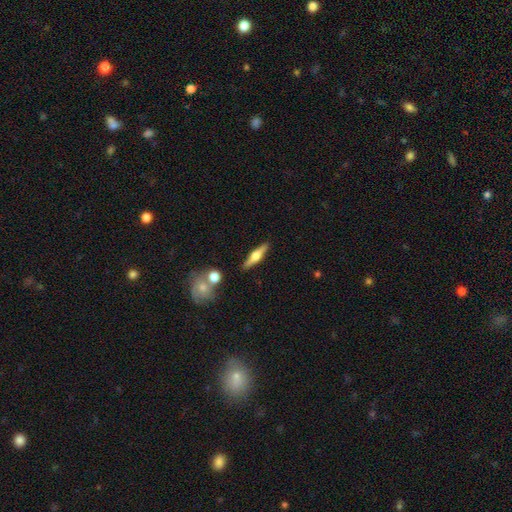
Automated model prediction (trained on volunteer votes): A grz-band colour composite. It shows a featured or disk galaxy (65%) viewed edge-on (96%) with a rounded central bulge (93%). Merging: none (87%).